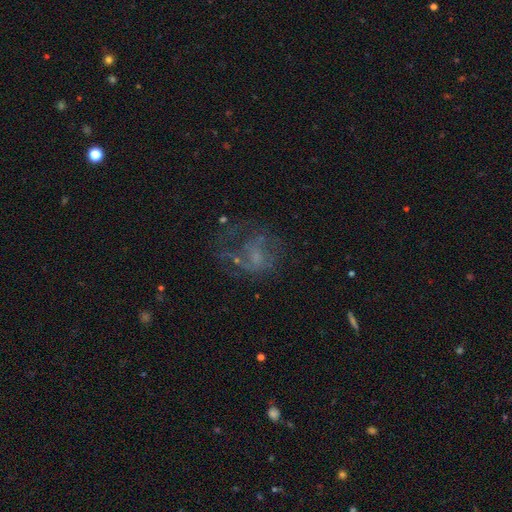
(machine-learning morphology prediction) Overall: featured or disk (54%; smooth 28%). Edge-on disk: no (98%). Bar: no (74%). Spiral arms: no (60%; yes 40%). Bulge size: none (51%; small 29%). Merging: major disturbance (40%; none 39%).